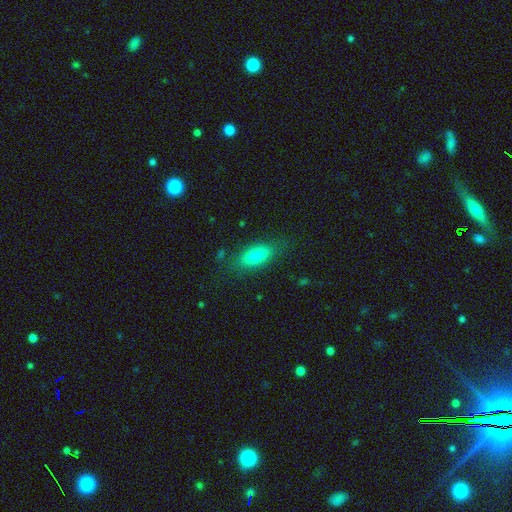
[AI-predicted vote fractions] The model was most divided on "how rounded": in between: 74%, cigar-shaped: 23%, round: 3%. More confident: smooth or featured — smooth (81%); merging — none (80%).